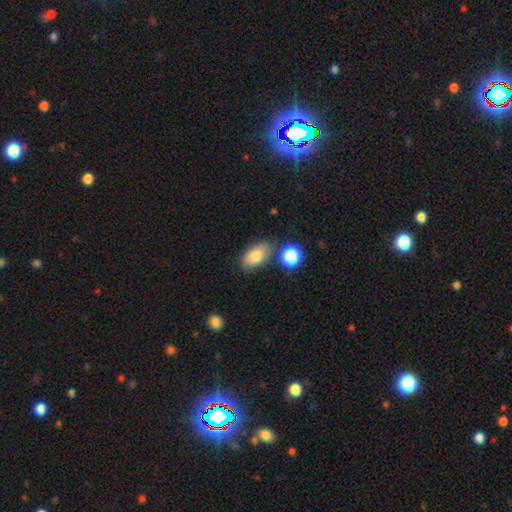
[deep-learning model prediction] Smooth or featured? smooth (80%)
How rounded? in between (90%)
Merging? none (74%)